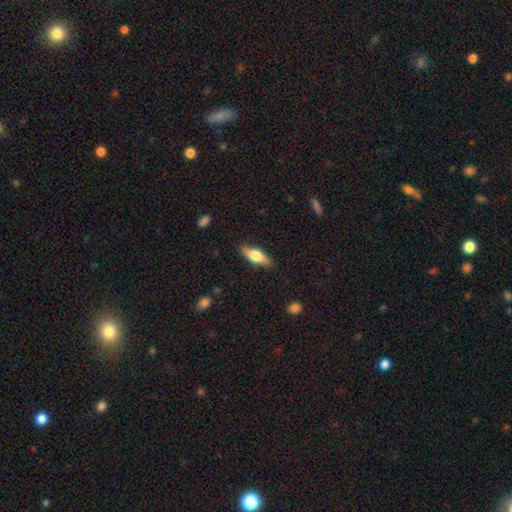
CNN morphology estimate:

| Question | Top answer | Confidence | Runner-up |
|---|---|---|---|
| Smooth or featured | smooth | 61% | featured or disk (32%) |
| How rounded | in between | 64% | cigar-shaped (33%) |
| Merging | none | 87% | minor disturbance (10%) |